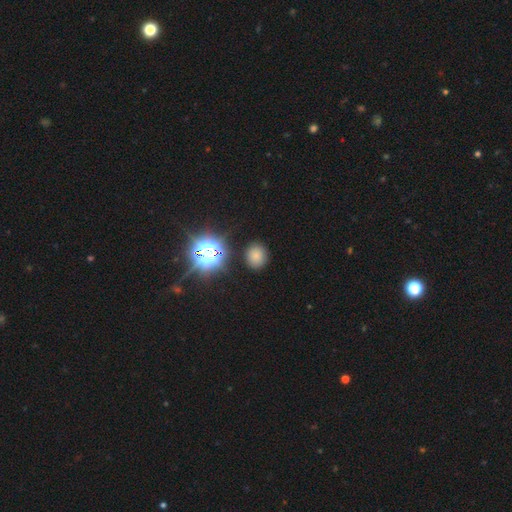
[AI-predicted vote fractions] This appears to be a smooth galaxy with no disk features (73%) that is round (69%). Merging: none (86%).